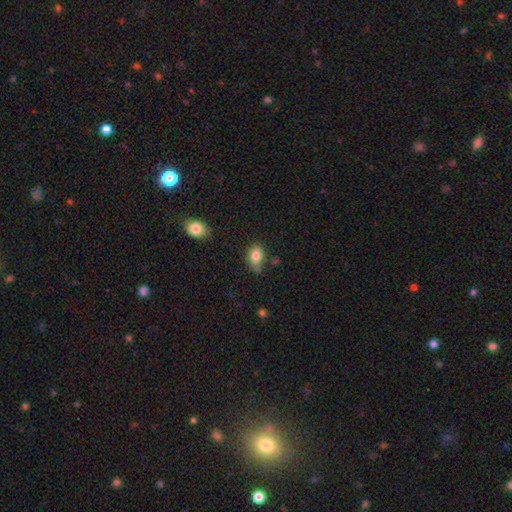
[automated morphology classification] A smooth galaxy with no disk features (81%) that is in between round and cigar-shaped (73%). Merging: none (52%).